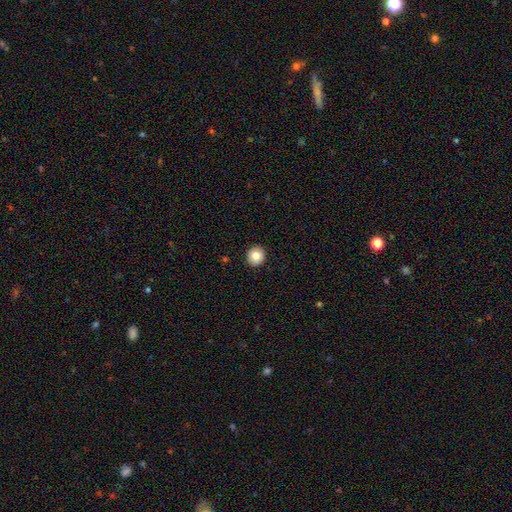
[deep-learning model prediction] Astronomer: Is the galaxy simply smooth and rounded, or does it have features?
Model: smooth — 83%.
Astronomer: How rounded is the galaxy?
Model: round — 91%.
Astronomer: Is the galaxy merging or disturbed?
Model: none — 93%.